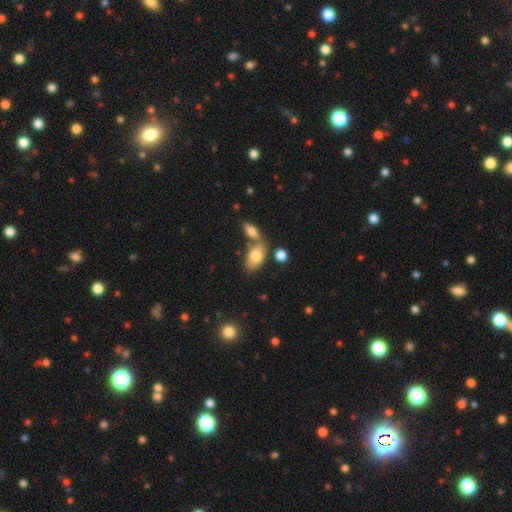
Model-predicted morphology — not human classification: Q: Smooth or featured?
A: smooth (76%); runner-up: featured or disk (17%)
Q: How rounded?
A: in between (91%); runner-up: round (6%)
Q: Merging?
A: none (44%); runner-up: merger (38%)